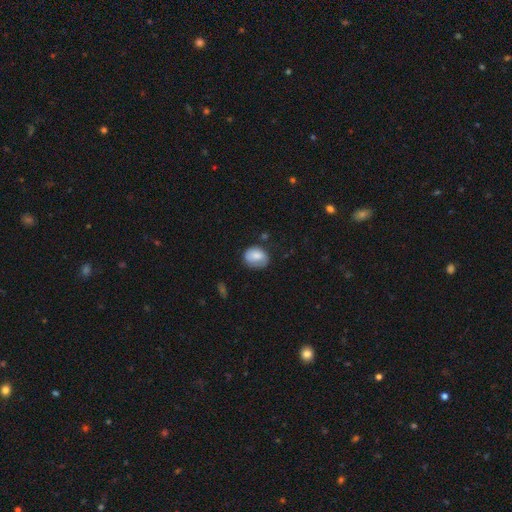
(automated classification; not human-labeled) The model was most divided on "how rounded": in between: 51%, round: 48%, cigar-shaped: 1%. More confident: smooth or featured — smooth (79%); merging — none (60%).